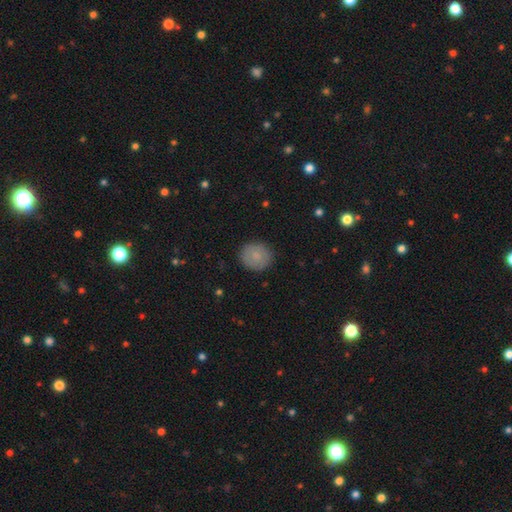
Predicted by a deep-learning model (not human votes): smooth 83%, star or artifact 8%, featured or disk 8%. Down the decision tree: how rounded — round (85%); merging — none (88%).